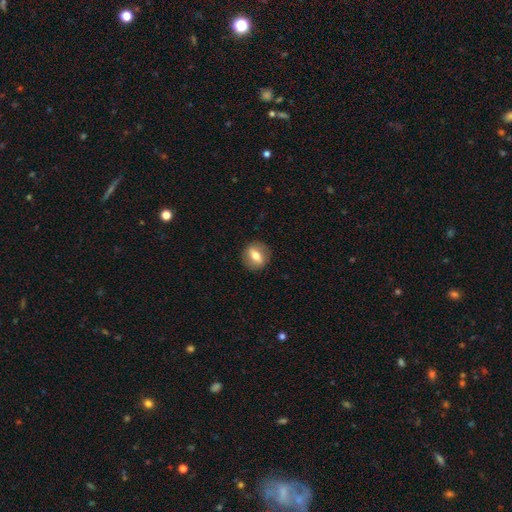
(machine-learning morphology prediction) A smooth galaxy with no disk features (58%) that is round (61%).

Vote fractions:
- Smooth or featured? smooth: 58% / featured or disk: 34% / star or artifact: 8%
- How rounded? round: 61% / in between: 36% / cigar-shaped: 3%
- Merging? none: 87% / minor disturbance: 9% / major disturbance: 3% / merger: 1%